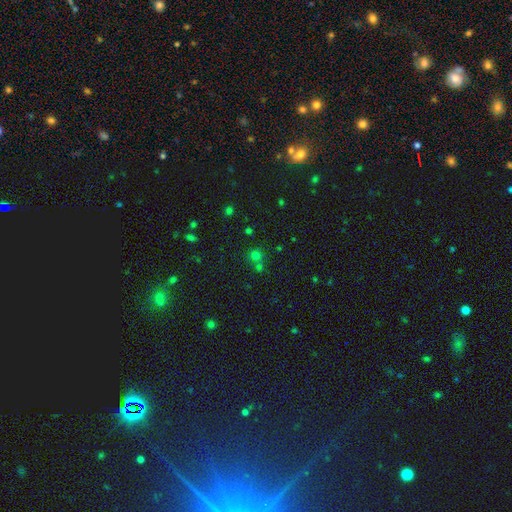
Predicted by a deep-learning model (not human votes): Overall: smooth (63%; star or artifact 29%). How rounded: round (89%). Merging: none (61%; merger 28%).